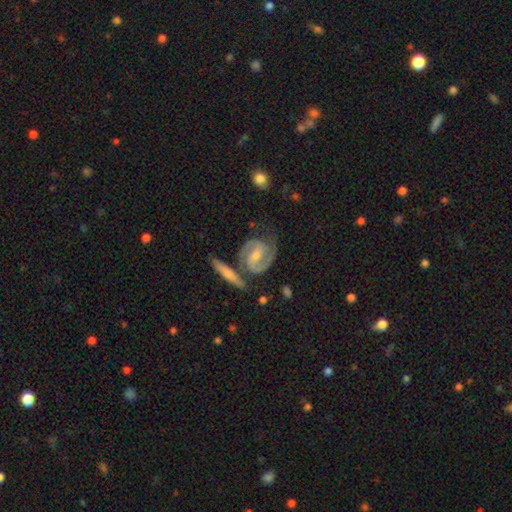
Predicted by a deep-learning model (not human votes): Smooth or featured?
  - featured or disk: 88% *
  - smooth: 6%
  - star or artifact: 6%
Edge-on disk?
  - no: 95% *
  - yes: 5%
Bar?
  - weak: 44% *
  - strong: 28%
  - no: 28%
Spiral arms?
  - yes: 98% *
  - no: 2%
Spiral winding?
  - tight: 49% *
  - medium: 45%
  - loose: 6%
Spiral arm count?
  - 2: 88% *
  - 3: 4%
  - can't tell: 4%
  - 1: 2%
  - 4: 1%
  - more than 4: 1%
Bulge size?
  - small: 53% *
  - moderate: 39%
  - none: 5%
  - large: 2%
  - dominant: 1%
Merging?
  - none: 66% *
  - minor disturbance: 14%
  - merger: 14%
  - major disturbance: 6%